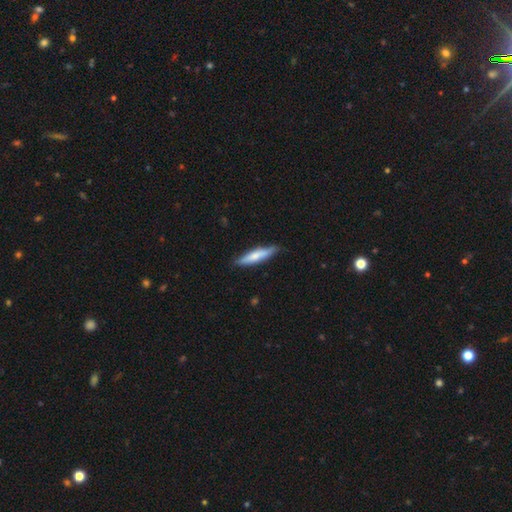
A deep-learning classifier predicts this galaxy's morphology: type=smooth (67%); roundness=cigar-shaped (83%); merging=none (83%).